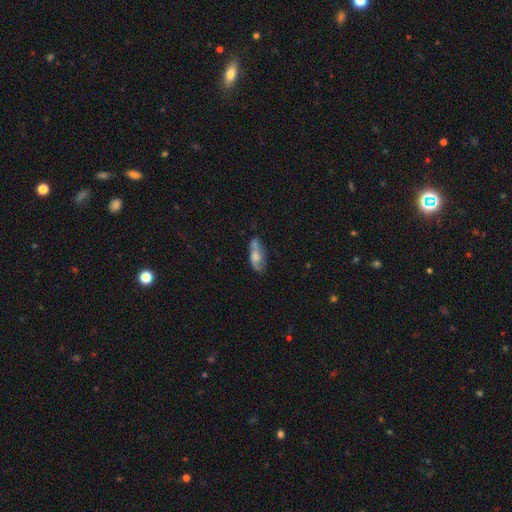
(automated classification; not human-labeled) smooth_or_featured: smooth (p=0.48) [alt: featured or disk p=0.44]
merging: none (p=0.55) [alt: minor disturbance p=0.28]